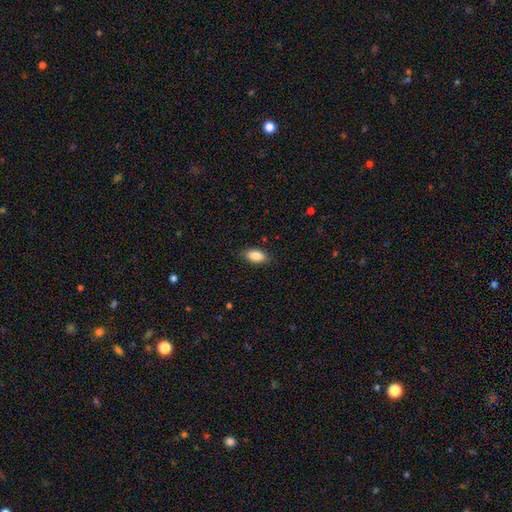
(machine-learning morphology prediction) type=smooth (88%); roundness=in between (92%); merging=none (85%).